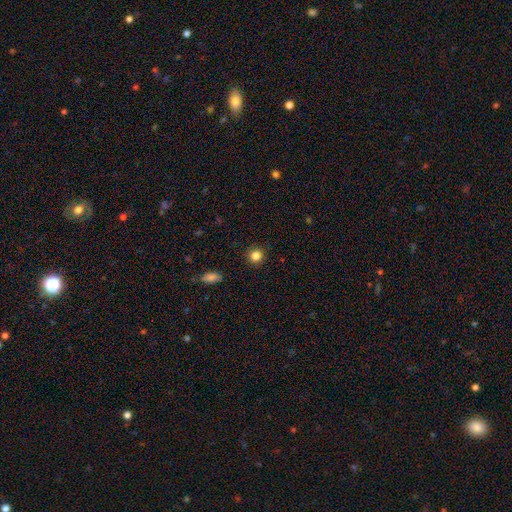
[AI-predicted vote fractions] A smooth galaxy with no disk features (83%) that is round (91%).

Vote fractions:
- Smooth or featured? smooth: 83% / star or artifact: 12% / featured or disk: 5%
- How rounded? round: 91% / in between: 8% / cigar-shaped: 1%
- Merging? none: 91% / minor disturbance: 6% / major disturbance: 2% / merger: 1%